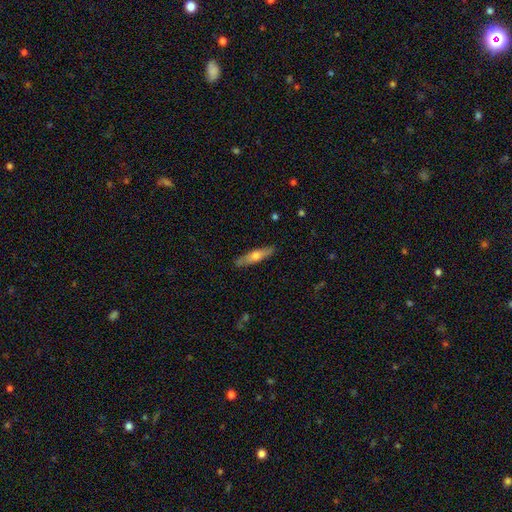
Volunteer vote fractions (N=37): Q: Smooth or featured?
A: smooth (59%); runner-up: featured or disk (35%)
Q: How rounded?
A: cigar-shaped (86%); runner-up: in between (14%)
Q: Merging?
A: none (94%); runner-up: minor disturbance (3%)